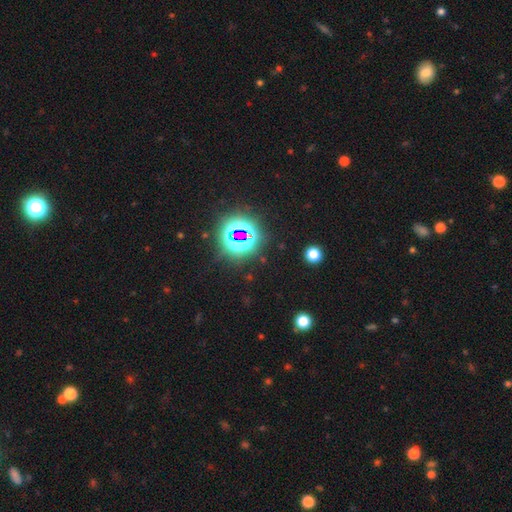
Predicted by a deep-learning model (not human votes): Q: Smooth or featured?
A: star or artifact (83%); runner-up: smooth (10%)